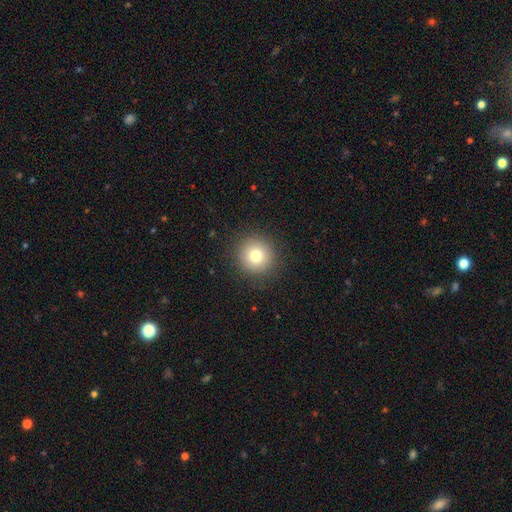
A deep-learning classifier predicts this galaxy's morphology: smooth_or_featured: smooth (p=0.77) [alt: star or artifact p=0.12]
how_rounded: round (p=0.95) [alt: in between p=0.04]
merging: none (p=0.90) [alt: minor disturbance p=0.06]